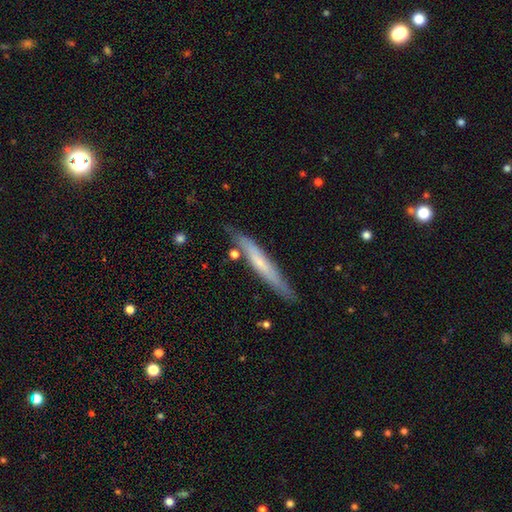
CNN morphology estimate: The model was most divided on "smooth or featured": featured or disk: 50%, smooth: 43%, star or artifact: 7%. More confident: merging — none (80%).